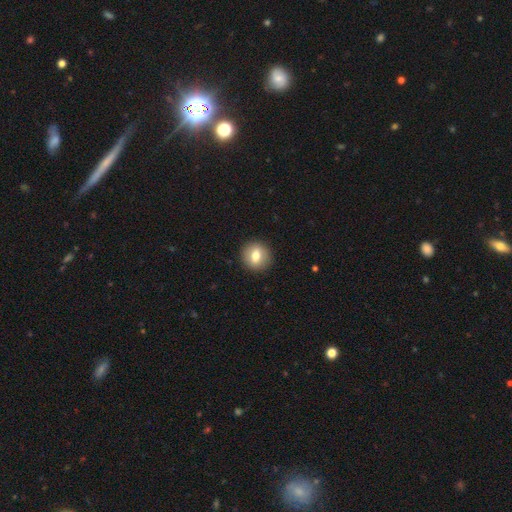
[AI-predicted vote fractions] Q: Smooth or featured?
A: smooth (68%); runner-up: featured or disk (24%)
Q: How rounded?
A: round (83%); runner-up: in between (15%)
Q: Merging?
A: none (90%); runner-up: minor disturbance (6%)